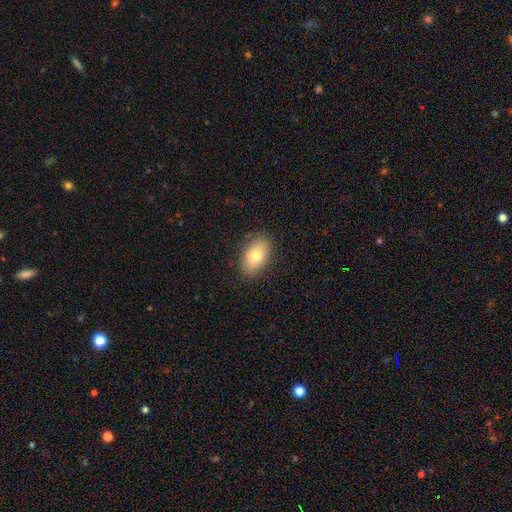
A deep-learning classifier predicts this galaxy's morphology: Overall: smooth (76%). How rounded: in between (90%). Merging: none (85%).